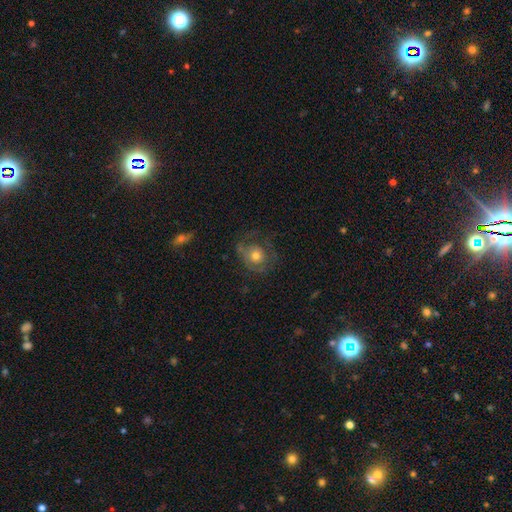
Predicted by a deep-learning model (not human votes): Morphology: type=featured or disk (47%); merging=none (54%).